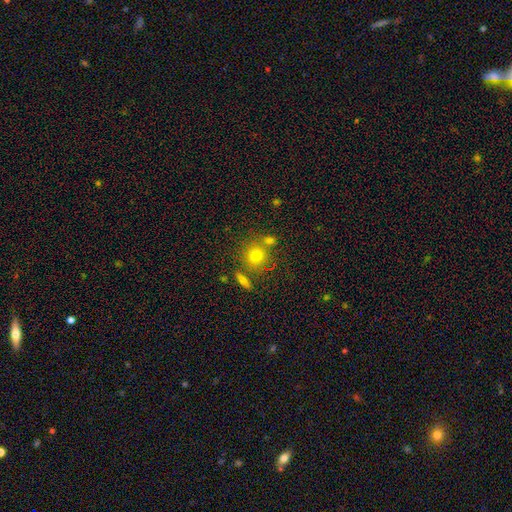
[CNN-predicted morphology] A smooth galaxy with no disk features (73%) that is round (88%).

Vote fractions:
- Smooth or featured? smooth: 73% / star or artifact: 15% / featured or disk: 13%
- How rounded? round: 88% / in between: 10% / cigar-shaped: 1%
- Merging? none: 71% / merger: 16% / minor disturbance: 10% / major disturbance: 4%